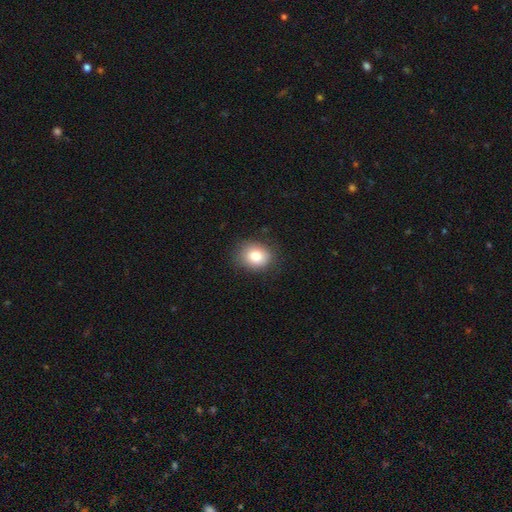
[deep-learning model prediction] Overall: smooth (82%). How rounded: round (61%; in between 39%). Merging: none (84%).